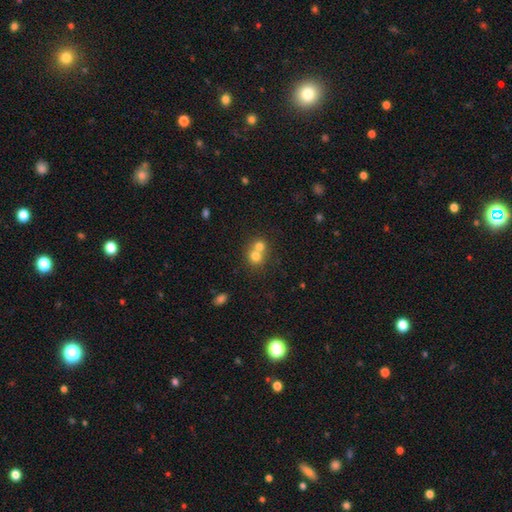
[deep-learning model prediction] Morphology: type=smooth (73%); roundness=round (80%); merging=merger (63%).